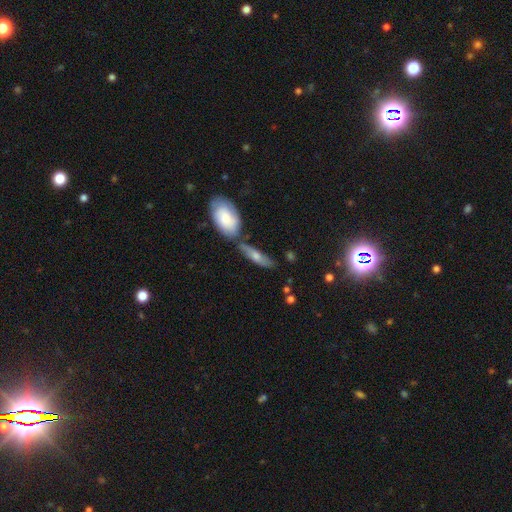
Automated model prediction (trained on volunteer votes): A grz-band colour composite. It shows a smooth galaxy with no disk features (47%). Merging: none (61%).